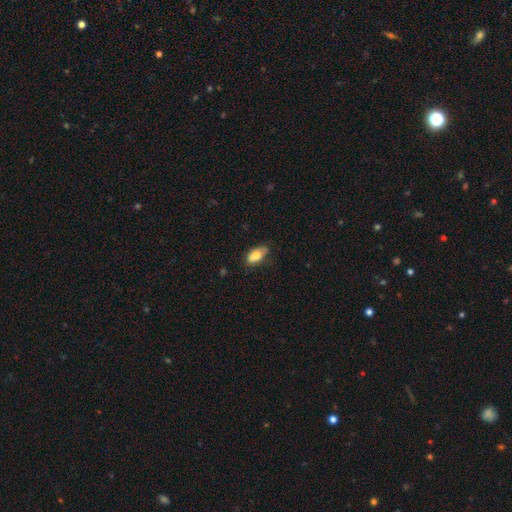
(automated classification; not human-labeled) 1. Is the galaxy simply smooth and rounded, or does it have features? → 76% smooth, 17% featured or disk, 7% star or artifact.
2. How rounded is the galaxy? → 88% in between, 7% cigar-shaped, 4% round.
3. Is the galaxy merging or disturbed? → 66% none, 26% minor disturbance, 5% major disturbance, 2% merger.